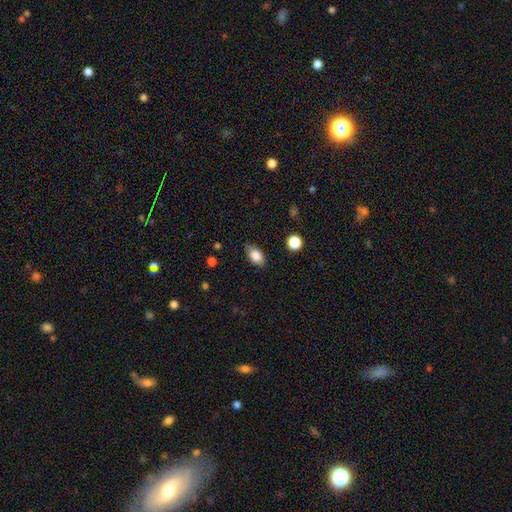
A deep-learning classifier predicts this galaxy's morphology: A smooth galaxy with no disk features (84%) that is in between round and cigar-shaped (90%). Merging: none (82%).